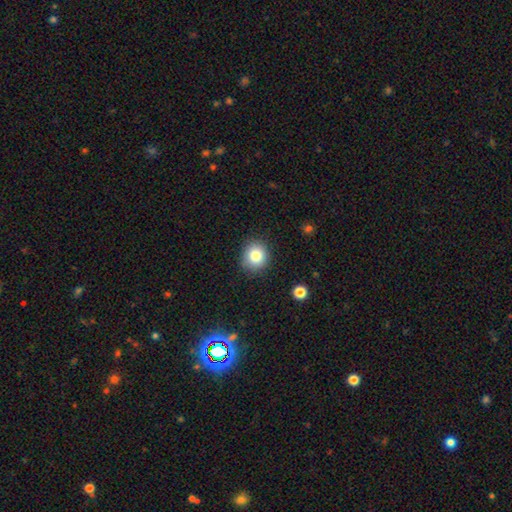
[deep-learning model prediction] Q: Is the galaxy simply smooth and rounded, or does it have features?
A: smooth — 82%.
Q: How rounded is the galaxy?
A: round — 81%.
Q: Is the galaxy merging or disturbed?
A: none — 88%.